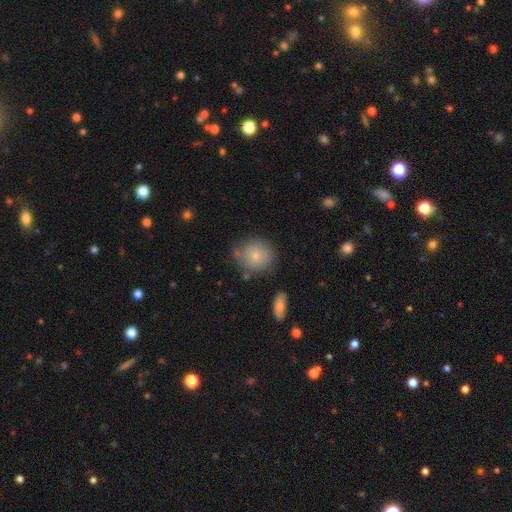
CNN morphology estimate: Smooth or featured: smooth — 78% (featured or disk — 14%)
How rounded: round — 89% (in between — 10%)
Merging: none — 72% (minor disturbance — 17%)